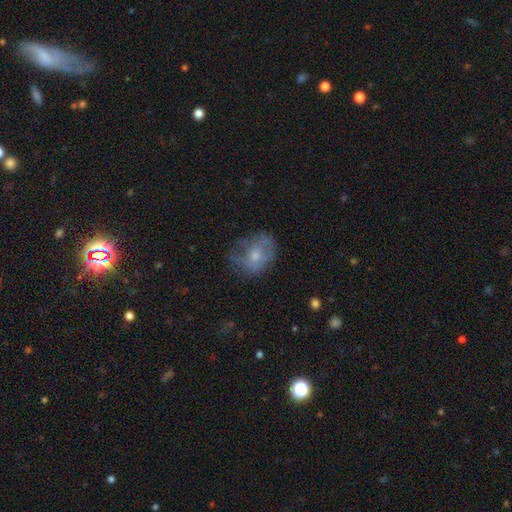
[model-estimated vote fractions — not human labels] Smooth or featured? smooth (52%)
How rounded? in between (55%)
Merging? none (46%)